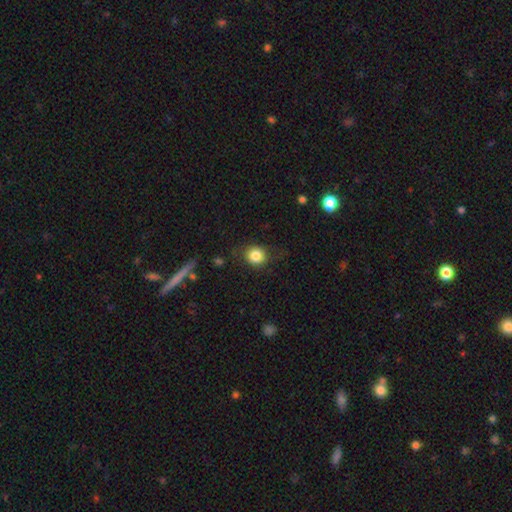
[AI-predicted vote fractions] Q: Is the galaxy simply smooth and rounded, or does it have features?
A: smooth — 83%.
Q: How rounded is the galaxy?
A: round — 80%.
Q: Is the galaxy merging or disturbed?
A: none — 75%.